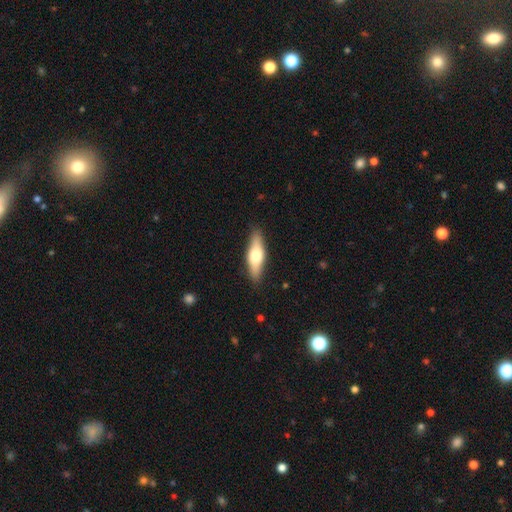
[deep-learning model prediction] A smooth galaxy with no disk features (56%) that is cigar-shaped (49%). Merging: none (87%).